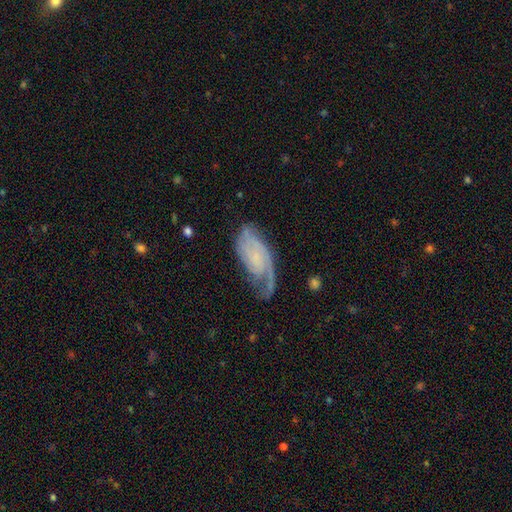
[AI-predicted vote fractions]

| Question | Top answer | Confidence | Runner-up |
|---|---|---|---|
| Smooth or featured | featured or disk | 75% | smooth (17%) |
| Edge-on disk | no | 95% | yes (5%) |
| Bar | no | 66% | weak (28%) |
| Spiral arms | yes | 93% | no (7%) |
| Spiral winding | tight | 43% | medium (39%) |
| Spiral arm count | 2 | 46% | 1 (25%) |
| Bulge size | small | 43% | none (42%) |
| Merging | none | 54% | minor disturbance (25%) |